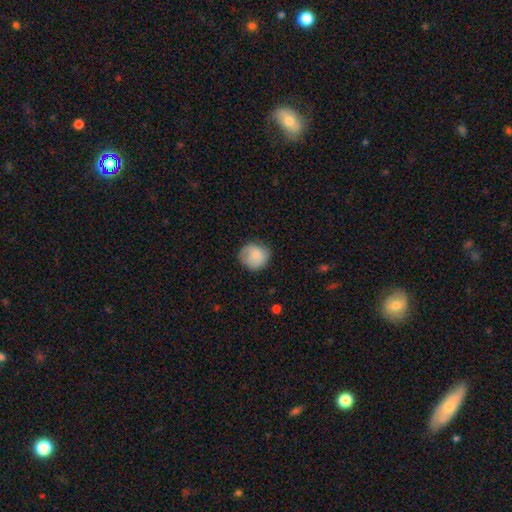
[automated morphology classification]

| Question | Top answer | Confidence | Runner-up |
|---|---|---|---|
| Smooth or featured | smooth | 80% | featured or disk (13%) |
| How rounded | round | 84% | in between (15%) |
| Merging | none | 70% | minor disturbance (22%) |